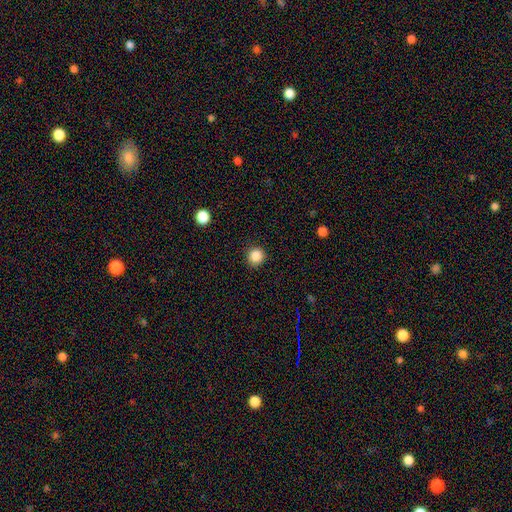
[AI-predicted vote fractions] Overall: smooth (86%). How rounded: round (94%). Merging: none (91%).